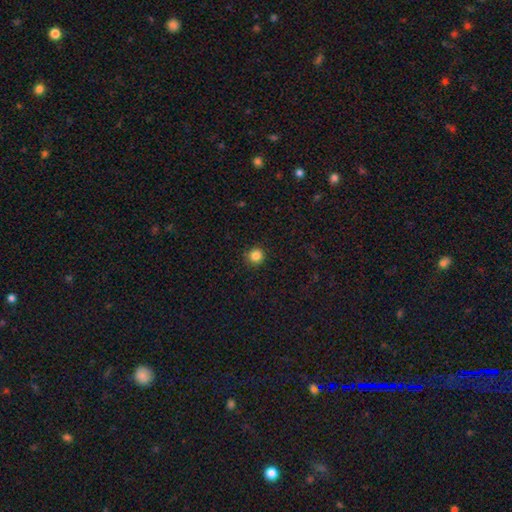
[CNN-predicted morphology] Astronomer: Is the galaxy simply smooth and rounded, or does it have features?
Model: smooth — 85%.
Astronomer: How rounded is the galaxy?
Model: round — 94%.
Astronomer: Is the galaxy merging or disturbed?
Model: none — 90%.